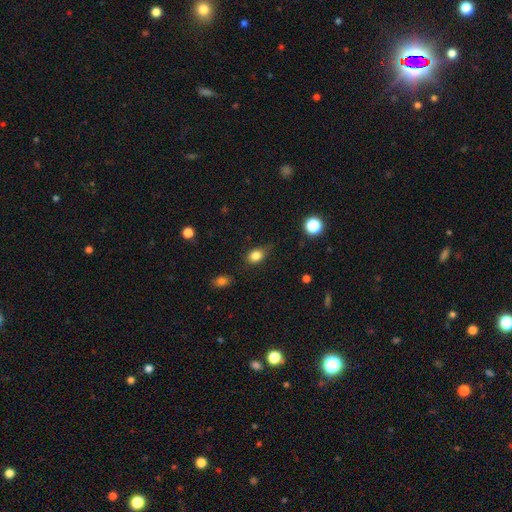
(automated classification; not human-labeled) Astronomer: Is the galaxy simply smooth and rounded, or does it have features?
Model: smooth — 82%.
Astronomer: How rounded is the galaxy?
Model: in between — 61% (runner-up: round, 37%).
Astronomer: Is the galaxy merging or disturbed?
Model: none — 67%.